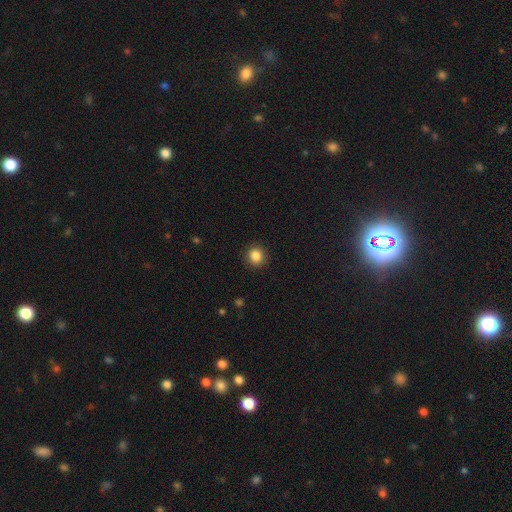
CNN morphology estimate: A smooth galaxy with no disk features (86%) that is round (91%).

Vote fractions:
- Smooth or featured? smooth: 86% / star or artifact: 10% / featured or disk: 4%
- How rounded? round: 91% / in between: 8% / cigar-shaped: 1%
- Merging? none: 92% / minor disturbance: 6% / major disturbance: 2% / merger: 1%